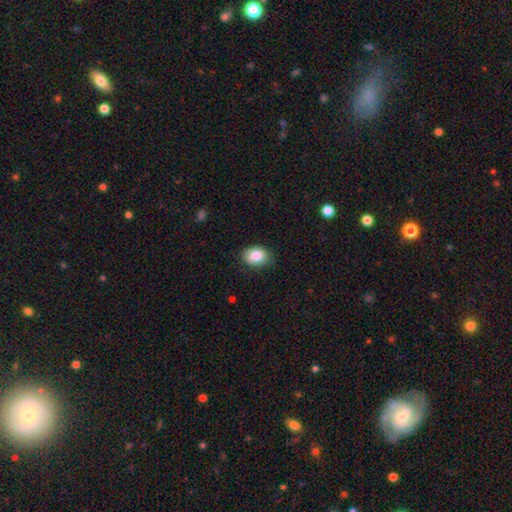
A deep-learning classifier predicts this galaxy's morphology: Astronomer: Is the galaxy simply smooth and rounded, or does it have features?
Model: smooth — 86%.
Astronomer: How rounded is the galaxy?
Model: in between — 75%.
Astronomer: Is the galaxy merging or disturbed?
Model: none — 80%.